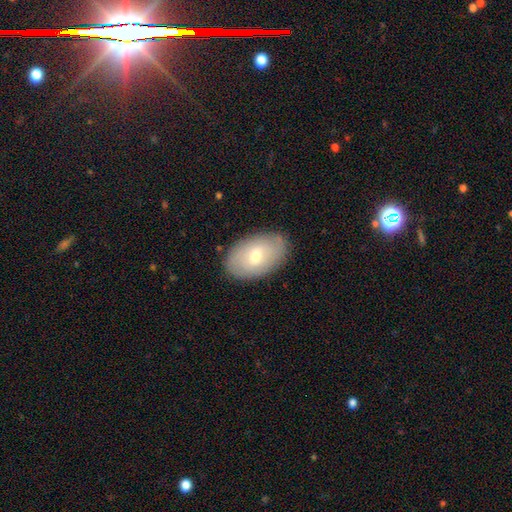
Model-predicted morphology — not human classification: Smooth or featured: smooth — 57% (featured or disk — 35%)
How rounded: in between — 90% (round — 8%)
Merging: none — 84% (minor disturbance — 12%)